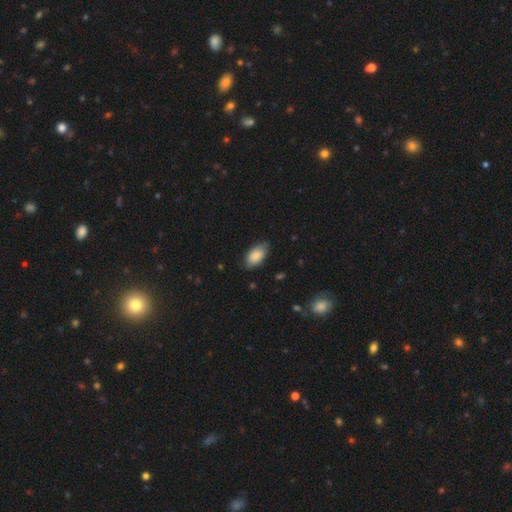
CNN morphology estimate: This appears to be a smooth galaxy with no disk features (84%) that is in between round and cigar-shaped (94%). Merging: none (75%).